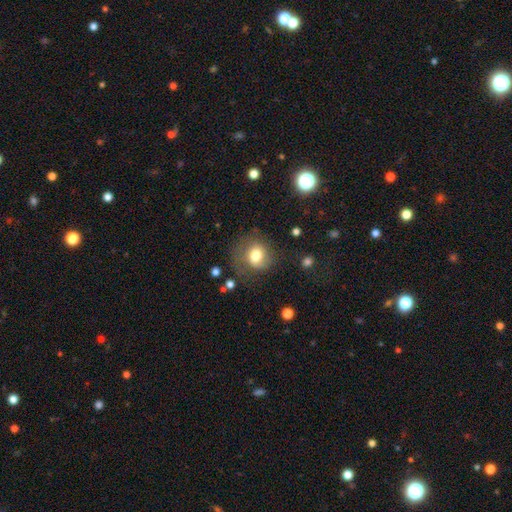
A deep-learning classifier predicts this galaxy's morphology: A smooth galaxy with no disk features (72%) that is round (75%). Merging: none (58%).